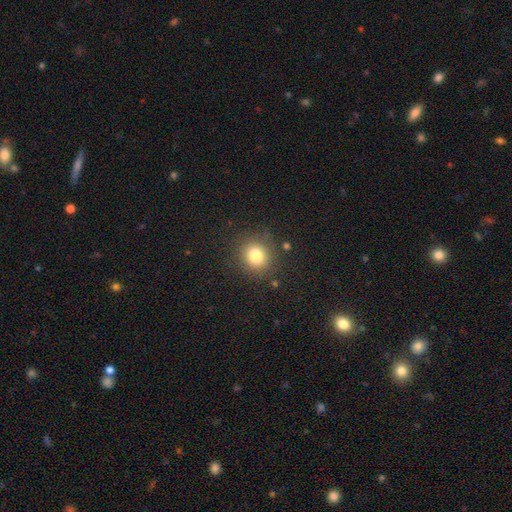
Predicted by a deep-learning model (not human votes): Morphology: type=smooth (80%); roundness=round (87%); merging=none (86%).